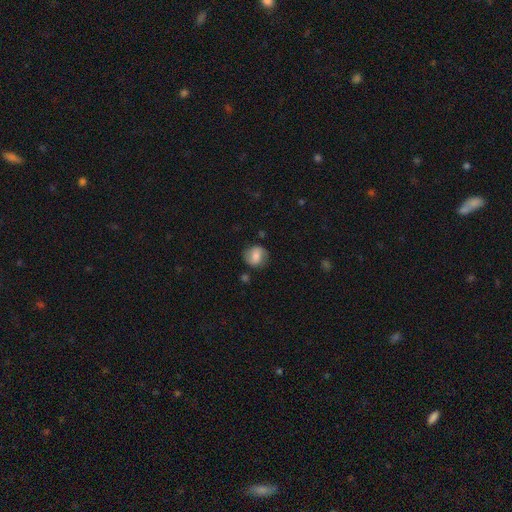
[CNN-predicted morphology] smooth-or-featured: smooth: 63% | featured or disk: 29% | star or artifact: 8%
  how-rounded: round: 68% | in between: 31% | cigar-shaped: 1%
  merging: none: 74% | minor disturbance: 17% | major disturbance: 6% | merger: 3%